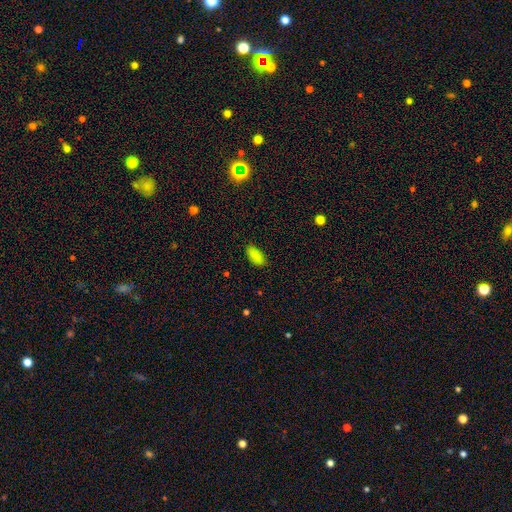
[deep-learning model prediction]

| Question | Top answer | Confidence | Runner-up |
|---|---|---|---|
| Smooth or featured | smooth | 88% | star or artifact (8%) |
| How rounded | in between | 87% | cigar-shaped (10%) |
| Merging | none | 87% | minor disturbance (10%) |